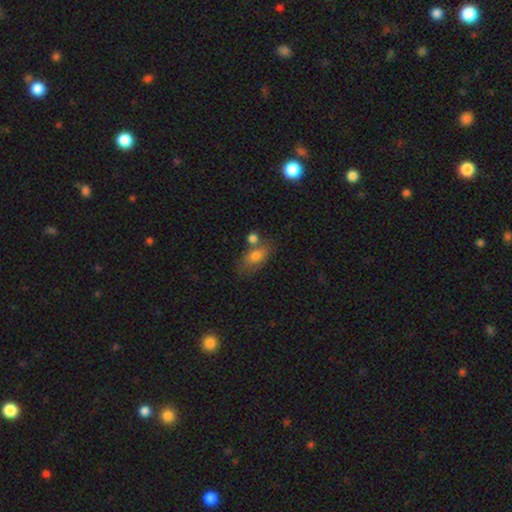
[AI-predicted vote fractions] The model was most divided on "merging": none: 49%, merger: 26%, minor disturbance: 18%, major disturbance: 7%. More confident: how rounded — in between (85%); smooth or featured — smooth (77%).